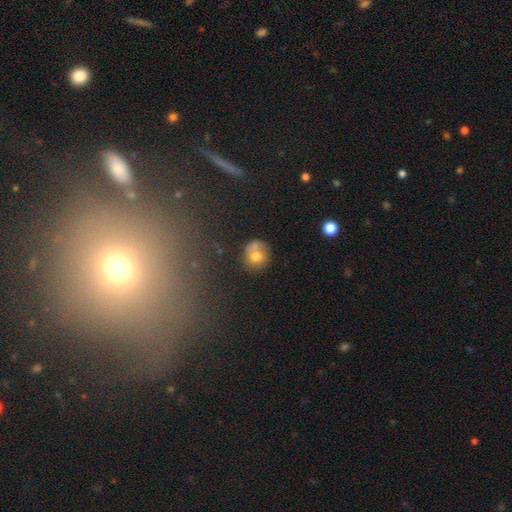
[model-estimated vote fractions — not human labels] smooth_or_featured: smooth (p=0.71) [alt: featured or disk p=0.18]
how_rounded: round (p=0.82) [alt: in between p=0.17]
merging: none (p=0.54) [alt: merger p=0.21]